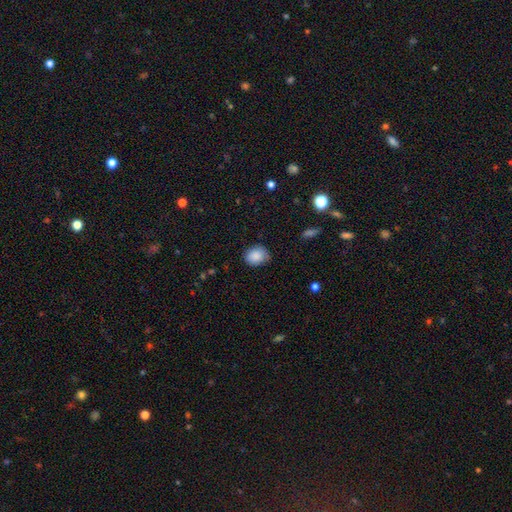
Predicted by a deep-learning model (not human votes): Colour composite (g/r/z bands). It shows a smooth galaxy with no disk features (87%) that is in between round and cigar-shaped (51%). Merging: none (75%).